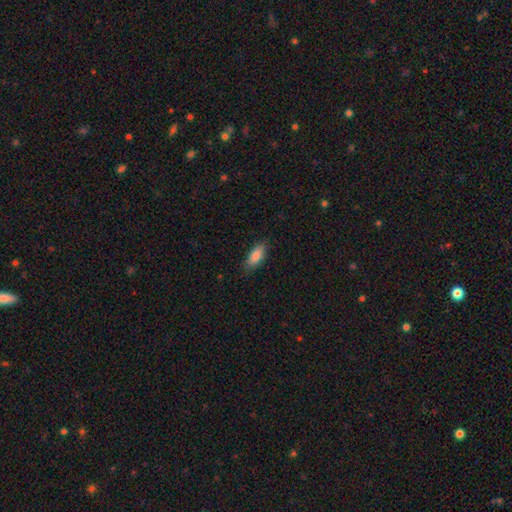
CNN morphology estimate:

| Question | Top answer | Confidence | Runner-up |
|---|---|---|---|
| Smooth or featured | smooth | 86% | featured or disk (8%) |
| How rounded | in between | 80% | cigar-shaped (18%) |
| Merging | none | 82% | minor disturbance (14%) |